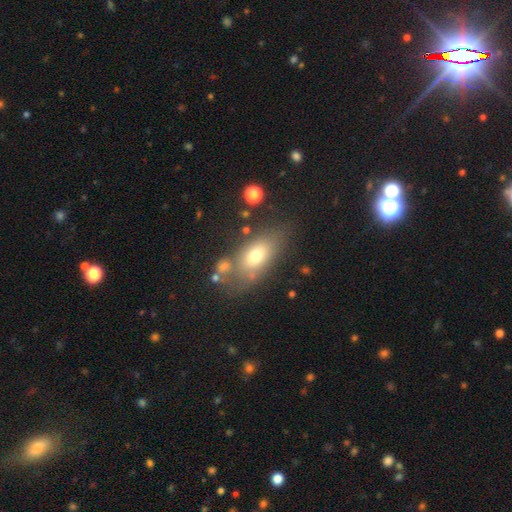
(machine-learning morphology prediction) This is likely a smooth galaxy (67%). How rounded: clearly in between (83%). Merging: likely none (62%).